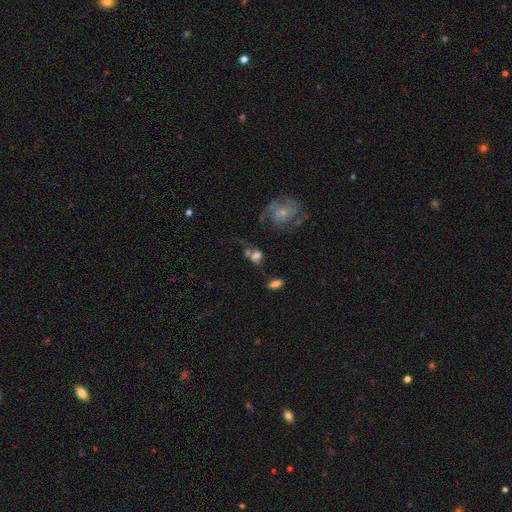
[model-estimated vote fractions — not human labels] Smooth or featured?
  - smooth: 52% *
  - featured or disk: 31%
  - star or artifact: 17%
How rounded?
  - in between: 54% *
  - round: 42%
  - cigar-shaped: 4%
Merging?
  - none: 34% *
  - merger: 31%
  - major disturbance: 20%
  - minor disturbance: 16%